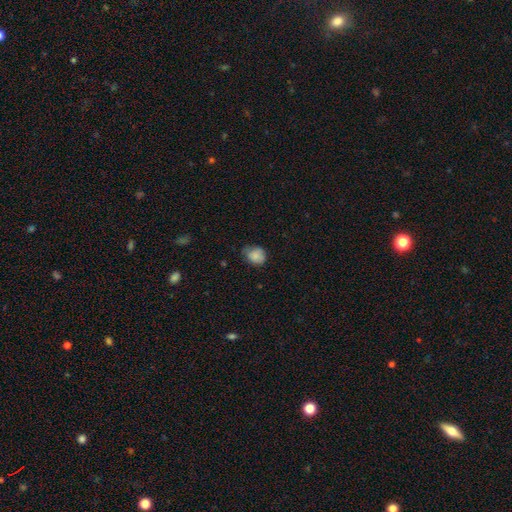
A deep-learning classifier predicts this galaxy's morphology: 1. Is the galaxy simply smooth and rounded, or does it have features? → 82% smooth, 9% featured or disk, 9% star or artifact.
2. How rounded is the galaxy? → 56% round, 43% in between, 1% cigar-shaped.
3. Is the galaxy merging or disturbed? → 56% none, 35% minor disturbance, 7% major disturbance, 2% merger.